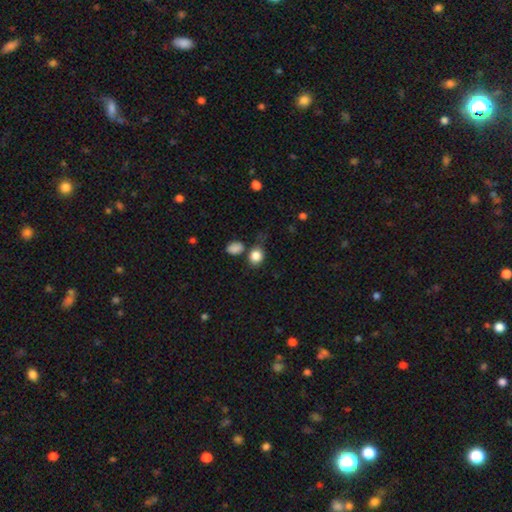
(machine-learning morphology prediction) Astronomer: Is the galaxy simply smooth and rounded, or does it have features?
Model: smooth — 84%.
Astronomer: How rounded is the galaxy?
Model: round — 55% (runner-up: in between, 44%).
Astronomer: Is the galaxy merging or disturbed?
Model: none — 61%.